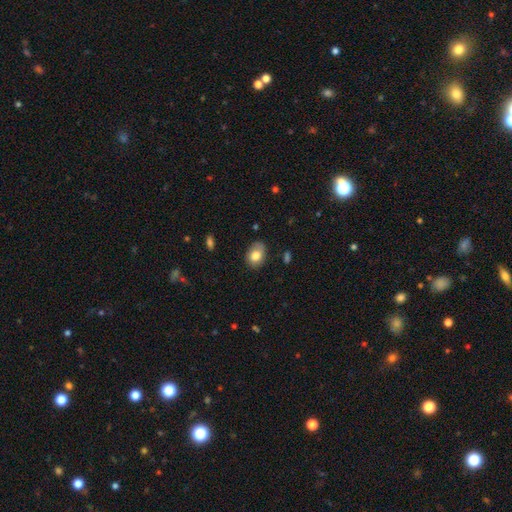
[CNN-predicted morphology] A smooth galaxy with no disk features (78%) that is in between round and cigar-shaped (71%). Merging: none (74%).